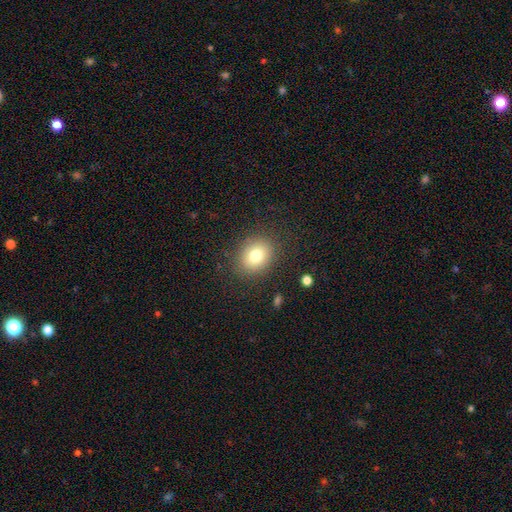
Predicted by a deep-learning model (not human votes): Smooth or featured: smooth — 78% (star or artifact — 11%)
How rounded: round — 60% (in between — 39%)
Merging: none — 85% (minor disturbance — 9%)